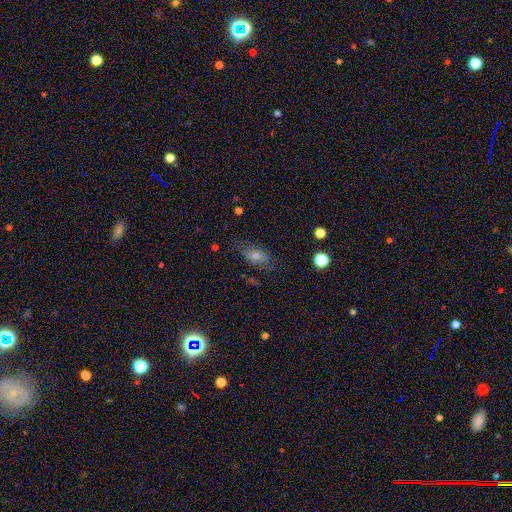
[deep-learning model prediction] Overall: smooth (53%; featured or disk 26%). How rounded: in between (77%). Merging: none (71%).